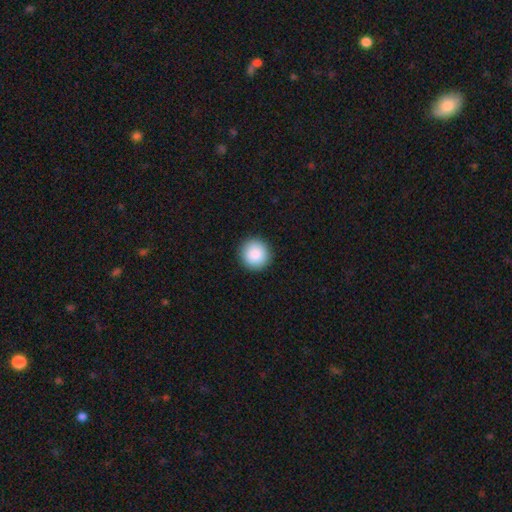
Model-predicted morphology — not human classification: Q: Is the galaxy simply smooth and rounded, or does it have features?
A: smooth — 88%.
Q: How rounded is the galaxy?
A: round — 95%.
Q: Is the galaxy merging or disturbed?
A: none — 93%.